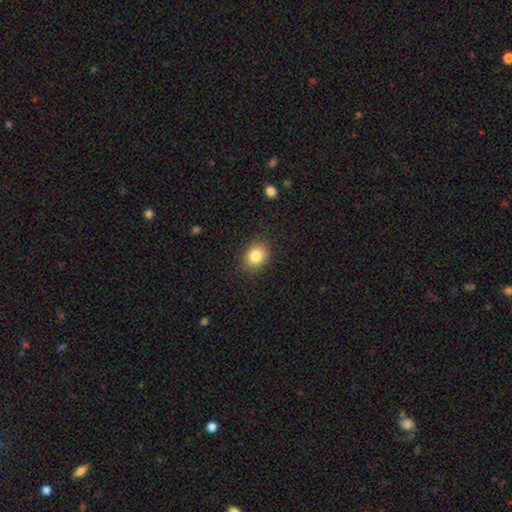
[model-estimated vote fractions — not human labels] A smooth galaxy with no disk features (83%) that is round (57%). Merging: none (87%).